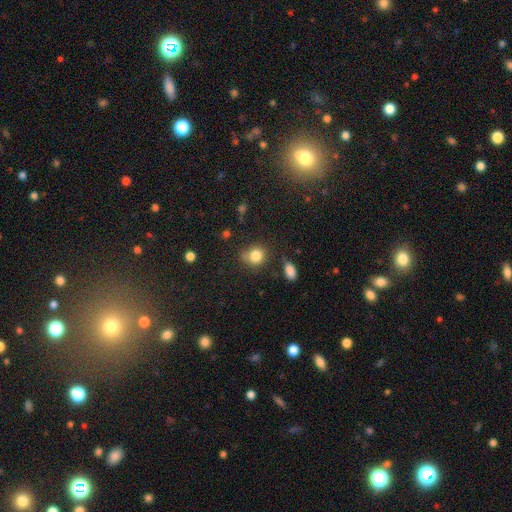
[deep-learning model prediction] Smooth or featured? smooth (82%)
How rounded? round (76%)
Merging? none (66%)